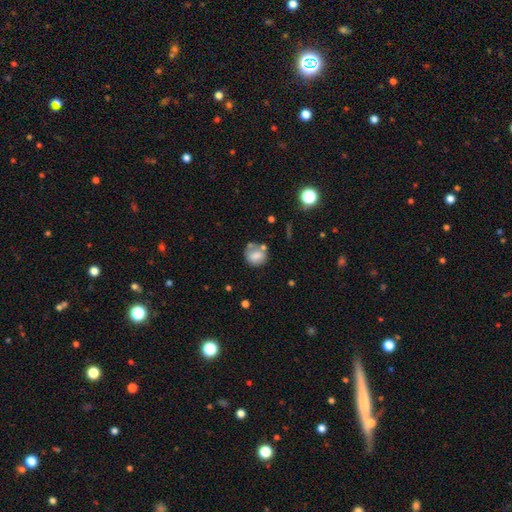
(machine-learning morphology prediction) This appears to be a smooth galaxy with no disk features (70%) that is round (70%). Merging: none (50%).